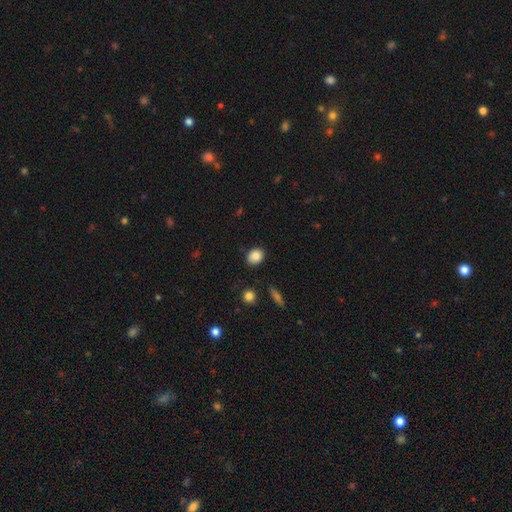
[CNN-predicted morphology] type=smooth (85%); roundness=round (50%); merging=none (85%).